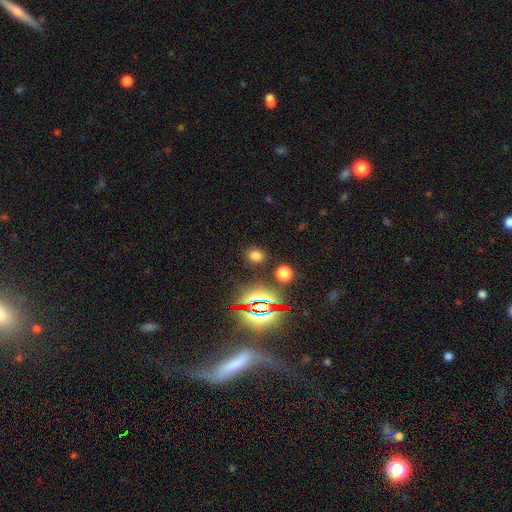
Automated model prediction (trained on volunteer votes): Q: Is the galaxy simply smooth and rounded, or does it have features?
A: smooth — 65%.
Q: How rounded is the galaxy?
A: round — 56%.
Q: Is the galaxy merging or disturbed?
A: none — 84%.